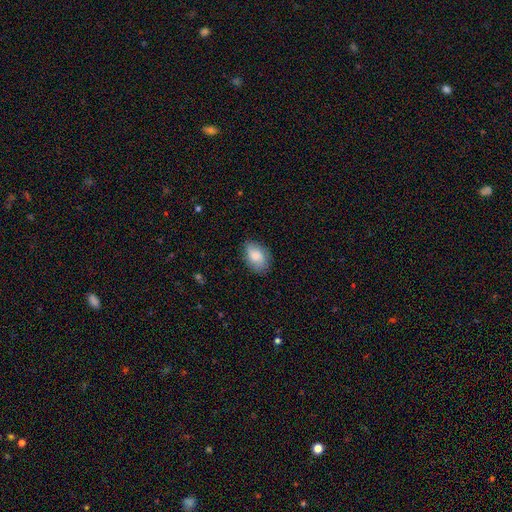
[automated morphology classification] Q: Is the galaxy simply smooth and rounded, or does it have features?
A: smooth — 82%.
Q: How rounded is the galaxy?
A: in between — 86%.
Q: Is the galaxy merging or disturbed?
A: none — 75%.